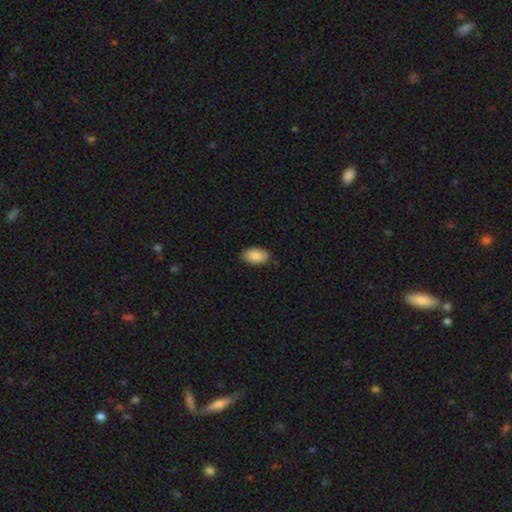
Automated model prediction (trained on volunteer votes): A smooth galaxy with no disk features (88%) that is in between round and cigar-shaped (95%).

Vote fractions:
- Smooth or featured? smooth: 88% / star or artifact: 7% / featured or disk: 6%
- How rounded? in between: 95% / round: 4% / cigar-shaped: 2%
- Merging? none: 86% / minor disturbance: 11% / major disturbance: 2% / merger: 1%